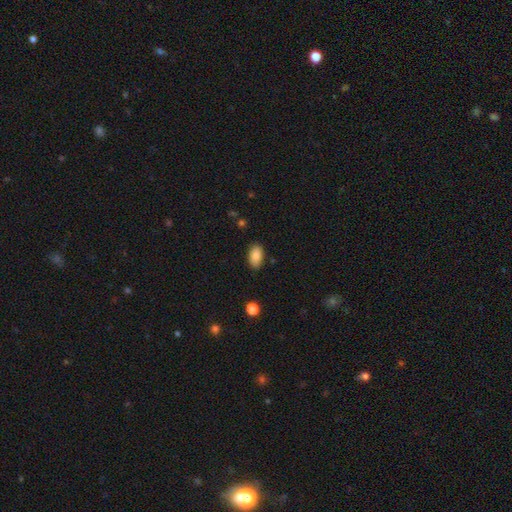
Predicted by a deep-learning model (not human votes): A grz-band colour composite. It shows a smooth galaxy with no disk features (88%) that is in between round and cigar-shaped (93%). Merging: none (85%).